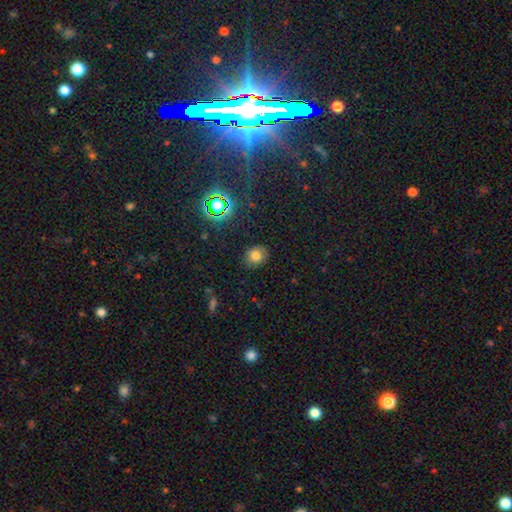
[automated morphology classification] type=smooth (75%); roundness=round (64%); merging=none (84%).